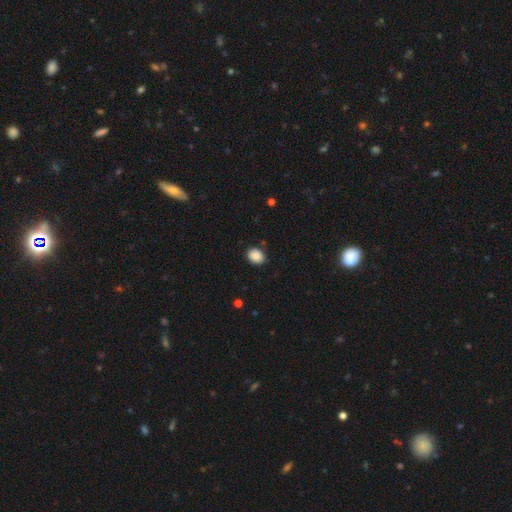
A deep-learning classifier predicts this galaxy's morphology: Smooth or featured: smooth — 88% (star or artifact — 8%)
How rounded: round — 50% (in between — 49%)
Merging: none — 84% (minor disturbance — 12%)